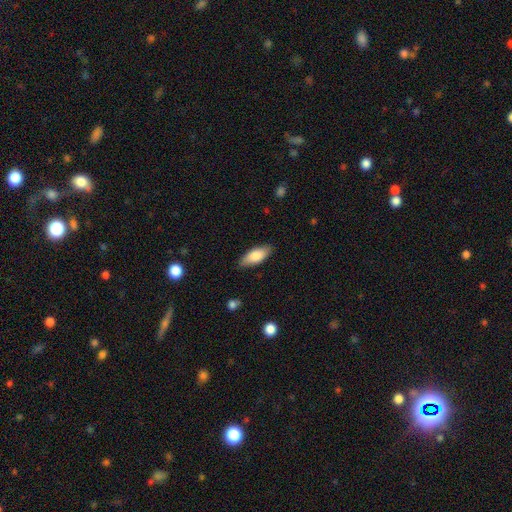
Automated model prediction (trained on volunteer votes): Smooth or featured?
  - smooth: 80% *
  - featured or disk: 15%
  - star or artifact: 6%
How rounded?
  - in between: 82% *
  - cigar-shaped: 16%
  - round: 2%
Merging?
  - none: 82% *
  - minor disturbance: 14%
  - major disturbance: 2%
  - merger: 1%